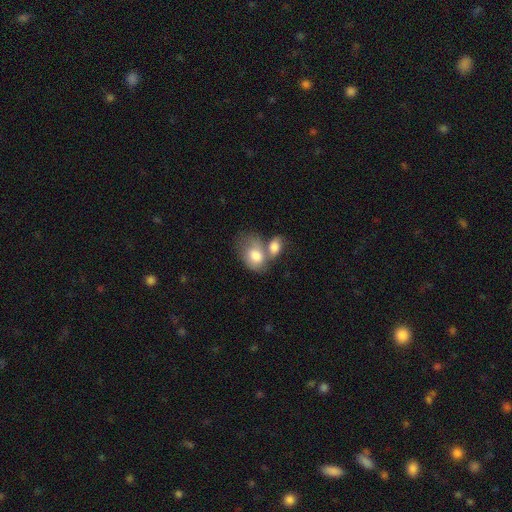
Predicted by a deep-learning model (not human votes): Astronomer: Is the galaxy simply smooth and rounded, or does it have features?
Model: smooth — 76%.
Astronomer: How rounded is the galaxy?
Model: in between — 74%.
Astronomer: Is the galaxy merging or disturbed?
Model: merger — 59%.